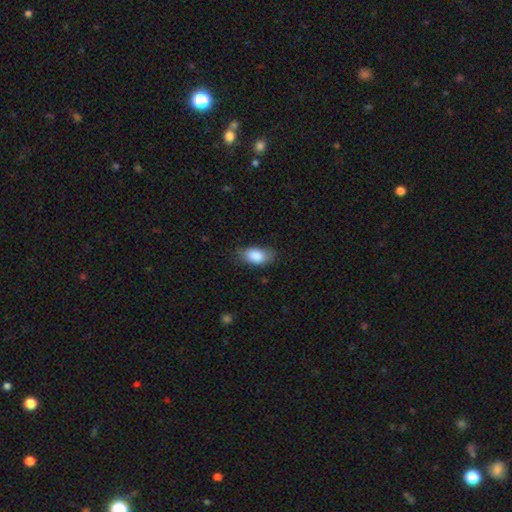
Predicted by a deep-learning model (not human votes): Morphology: type=smooth (86%); roundness=in between (91%); merging=none (72%).